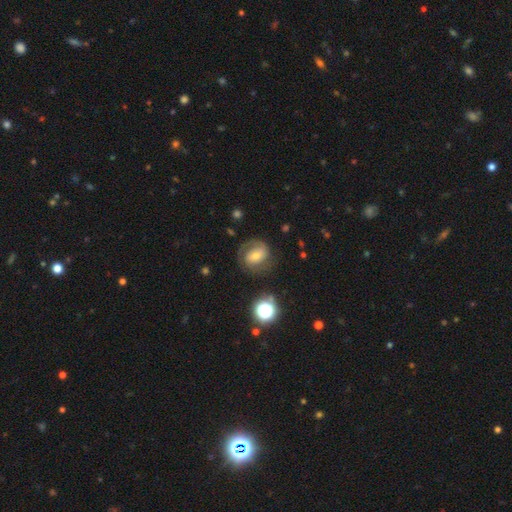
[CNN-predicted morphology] smooth-or-featured: featured or disk: 58% | smooth: 31% | star or artifact: 11%
  disk-edge-on: no: 96% | yes: 4%
    bar: weak: 41% | no: 34% | strong: 25%
    has-spiral-arms: yes: 82% | no: 18%
    bulge-size: moderate: 53% | small: 36% | large: 7% | none: 3% | dominant: 2%
  merging: none: 68% | minor disturbance: 18% | major disturbance: 12% | merger: 2%